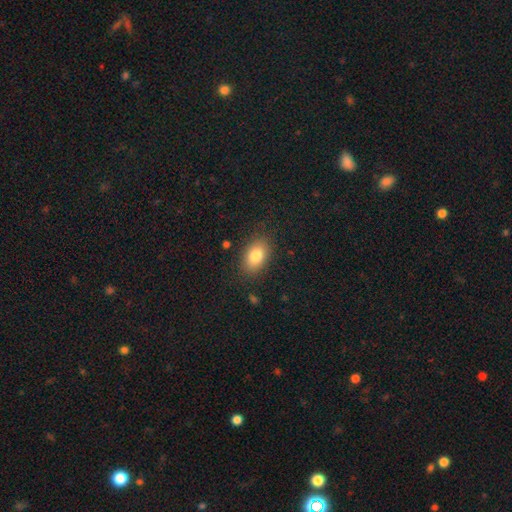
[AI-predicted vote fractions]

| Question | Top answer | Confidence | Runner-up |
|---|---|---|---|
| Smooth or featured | smooth | 81% | featured or disk (10%) |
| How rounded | in between | 86% | round (13%) |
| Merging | none | 85% | minor disturbance (11%) |